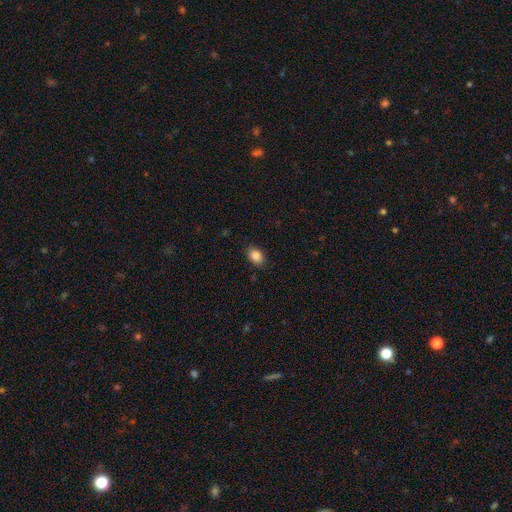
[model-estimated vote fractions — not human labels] A smooth galaxy with no disk features (87%) that is in between round and cigar-shaped (72%).

Vote fractions:
- Smooth or featured? smooth: 87% / star or artifact: 9% / featured or disk: 4%
- How rounded? in between: 72% / round: 27% / cigar-shaped: 1%
- Merging? none: 85% / minor disturbance: 12% / major disturbance: 3% / merger: 1%